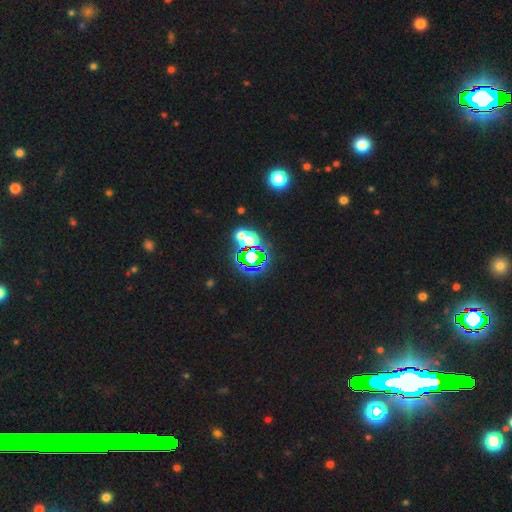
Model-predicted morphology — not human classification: The model was most divided on "smooth or featured": star or artifact: 69%, smooth: 20%, featured or disk: 10%.